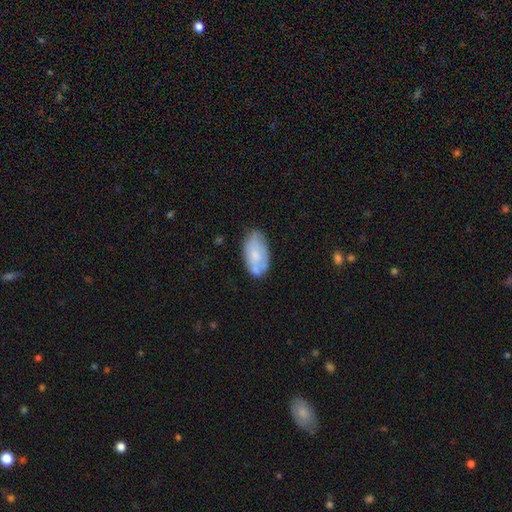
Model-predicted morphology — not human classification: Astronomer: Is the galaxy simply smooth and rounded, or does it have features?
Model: smooth — 63%.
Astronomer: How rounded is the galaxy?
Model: in between — 94%.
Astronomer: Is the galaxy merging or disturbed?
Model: none — 60%.